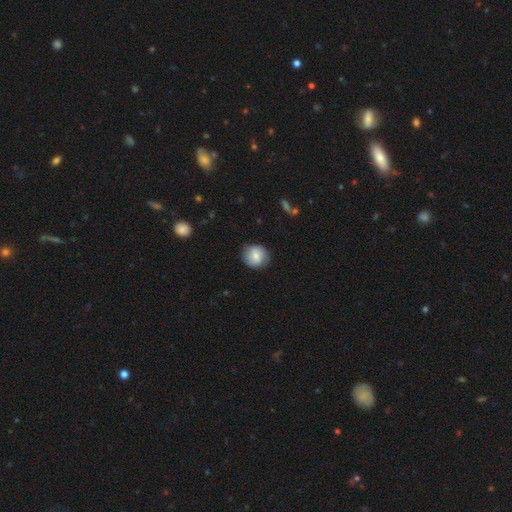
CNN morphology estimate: Smooth or featured?
  - smooth: 66% *
  - featured or disk: 27%
  - star or artifact: 8%
How rounded?
  - round: 83% *
  - in between: 16%
  - cigar-shaped: 1%
Merging?
  - none: 78% *
  - minor disturbance: 17%
  - major disturbance: 4%
  - merger: 1%